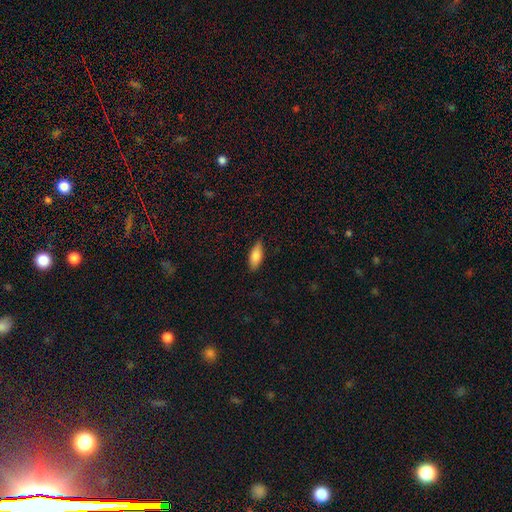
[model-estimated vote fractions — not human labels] A smooth galaxy with no disk features (84%) that is in between round and cigar-shaped (77%). Merging: none (82%).